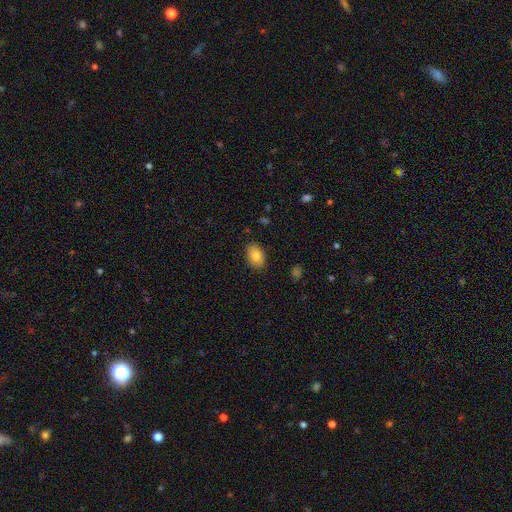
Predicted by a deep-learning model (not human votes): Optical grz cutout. It shows a smooth galaxy with no disk features (81%) that is in between round and cigar-shaped (85%). Merging: none (87%).